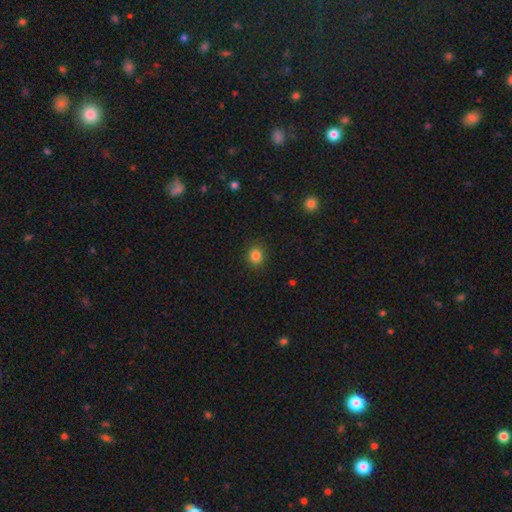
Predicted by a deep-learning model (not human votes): Smooth or featured? smooth (84%)
How rounded? round (84%)
Merging? none (90%)